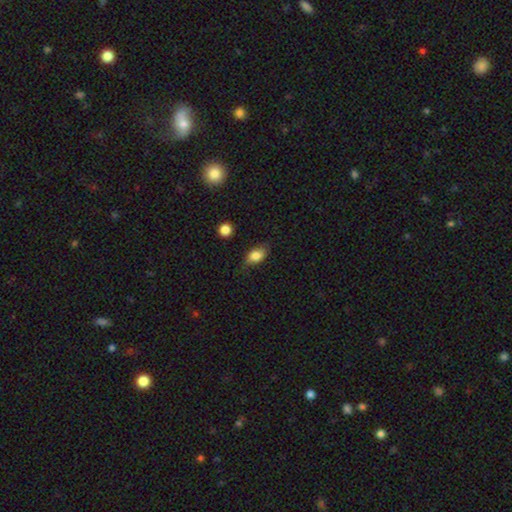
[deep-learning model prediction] A smooth galaxy with no disk features (81%) that is in between round and cigar-shaped (82%).

Vote fractions:
- Smooth or featured? smooth: 81% / featured or disk: 11% / star or artifact: 9%
- How rounded? in between: 82% / round: 14% / cigar-shaped: 4%
- Merging? none: 70% / minor disturbance: 23% / major disturbance: 6% / merger: 2%